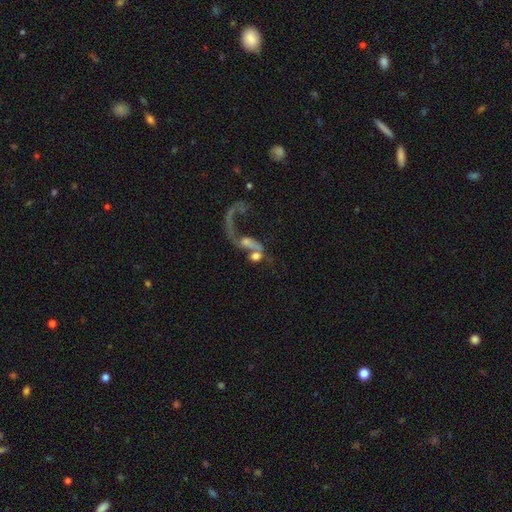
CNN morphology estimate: smooth_or_featured: featured or disk (p=0.46) [alt: smooth p=0.41]
merging: merger (p=0.58) [alt: major disturbance p=0.22]